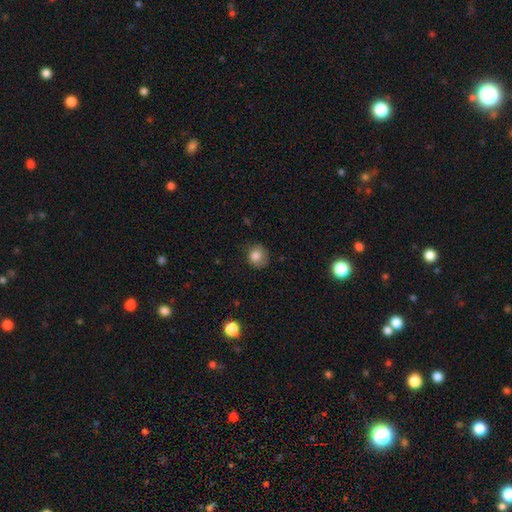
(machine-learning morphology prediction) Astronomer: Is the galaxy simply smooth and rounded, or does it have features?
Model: smooth — 81%.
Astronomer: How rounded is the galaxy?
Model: round — 81%.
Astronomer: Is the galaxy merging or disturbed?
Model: none — 72%.